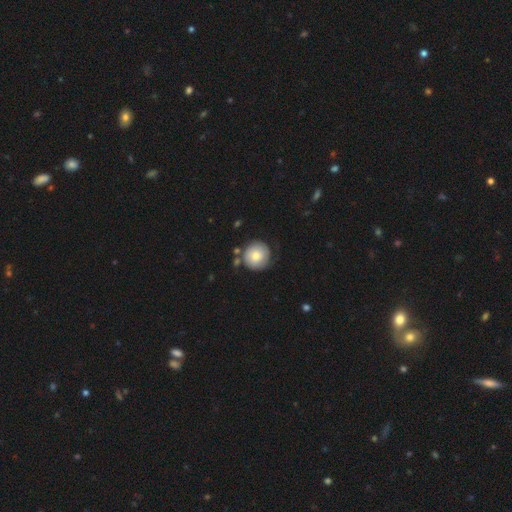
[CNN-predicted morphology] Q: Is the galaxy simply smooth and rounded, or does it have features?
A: smooth — 69%.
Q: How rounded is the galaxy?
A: round — 95%.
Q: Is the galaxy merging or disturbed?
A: none — 69%.